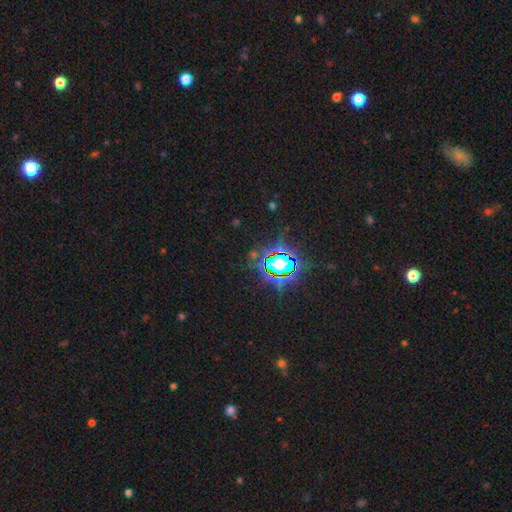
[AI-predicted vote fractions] This is likely a star or artifact rather than a galaxy (77%).